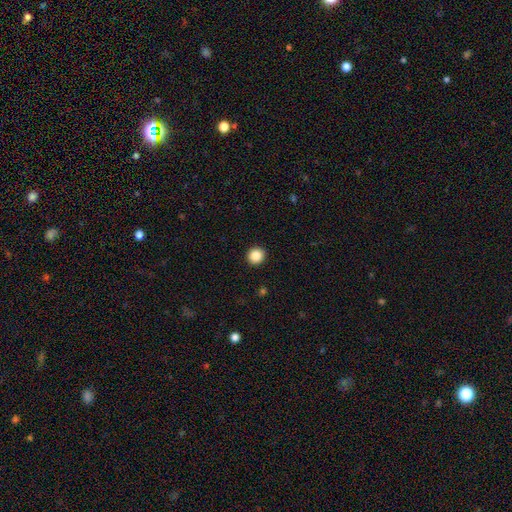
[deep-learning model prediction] smooth 86%, star or artifact 10%, featured or disk 4%. Down the decision tree: how rounded — round (92%); merging — none (93%).